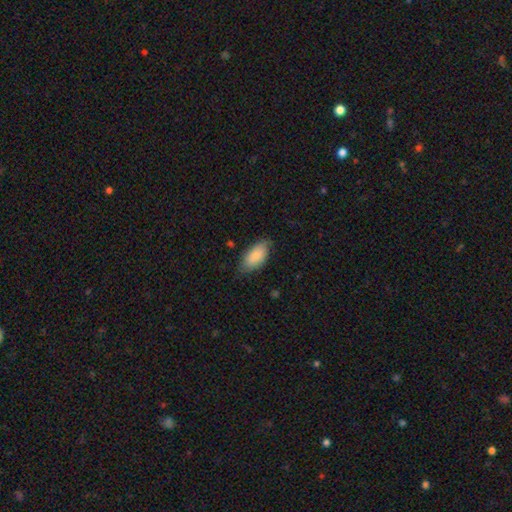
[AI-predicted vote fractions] The model was most divided on "merging": none: 71%, minor disturbance: 24%, major disturbance: 4%, merger: 1%. More confident: how rounded — in between (93%); smooth or featured — smooth (82%).